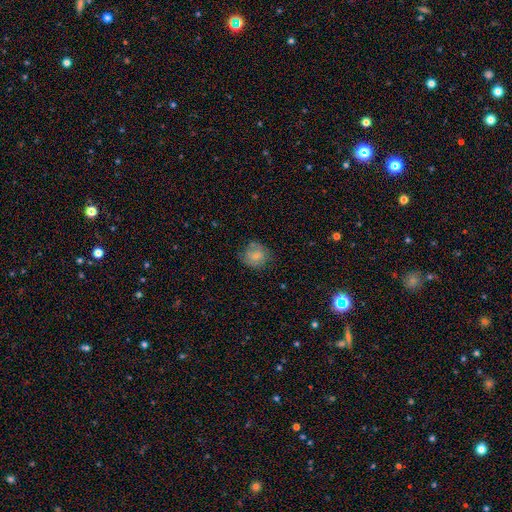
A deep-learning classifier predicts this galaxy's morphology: Smooth or featured: smooth — 66% (featured or disk — 25%)
How rounded: round — 79% (in between — 20%)
Merging: none — 66% (minor disturbance — 23%)